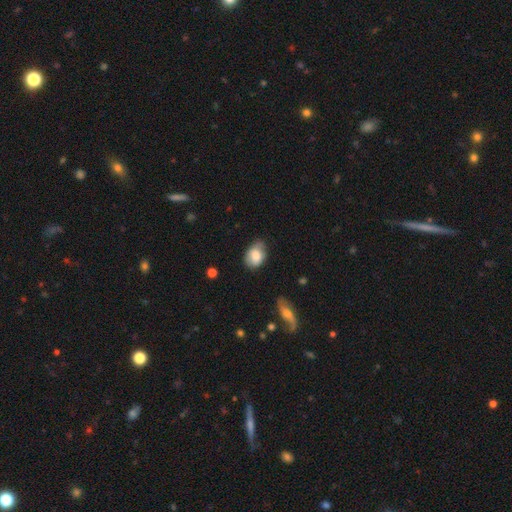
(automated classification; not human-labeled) smooth 76%, featured or disk 16%, star or artifact 7%. Down the decision tree: how rounded — in between (80%); merging — none (58%).